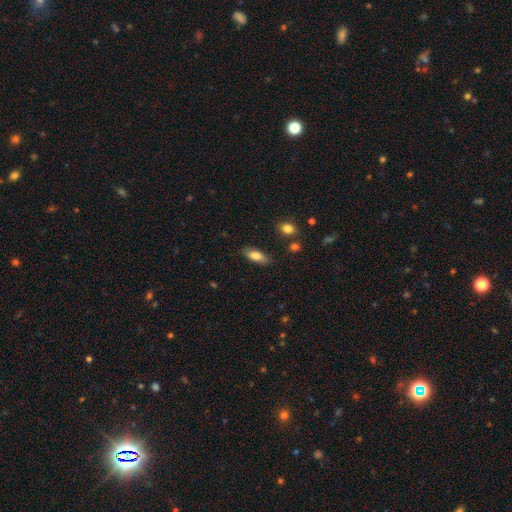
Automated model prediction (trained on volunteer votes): Overall: smooth (81%). How rounded: in between (78%). Merging: none (82%).